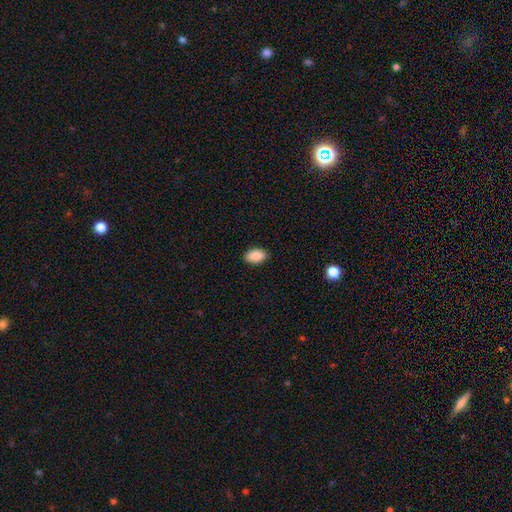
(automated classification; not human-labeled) This is clearly a smooth galaxy (90%). How rounded: clearly in between (93%). Merging: clearly none (88%).